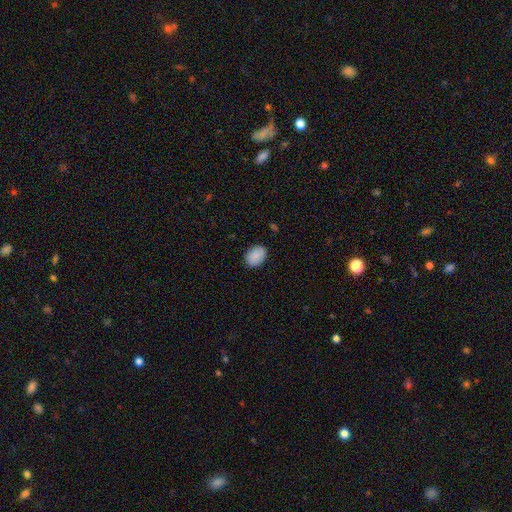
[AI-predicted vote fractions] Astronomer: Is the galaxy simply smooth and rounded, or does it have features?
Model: smooth — 89%.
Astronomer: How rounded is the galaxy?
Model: in between — 75%.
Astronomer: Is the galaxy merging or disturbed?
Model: none — 86%.